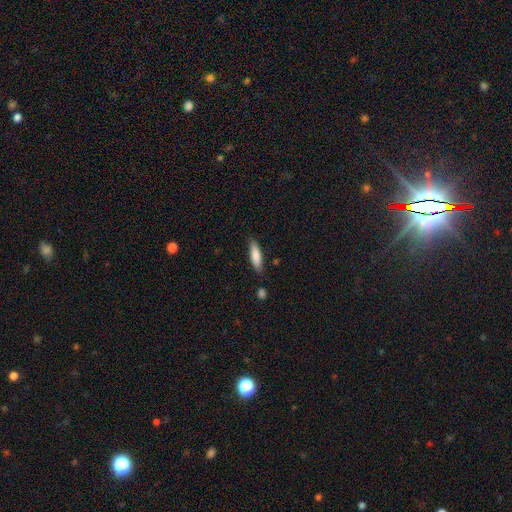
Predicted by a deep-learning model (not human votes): smooth-or-featured: smooth: 82% | featured or disk: 12% | star or artifact: 6%
  how-rounded: cigar-shaped: 62% | in between: 37% | round: 1%
  merging: none: 81% | minor disturbance: 14% | major disturbance: 3% | merger: 3%